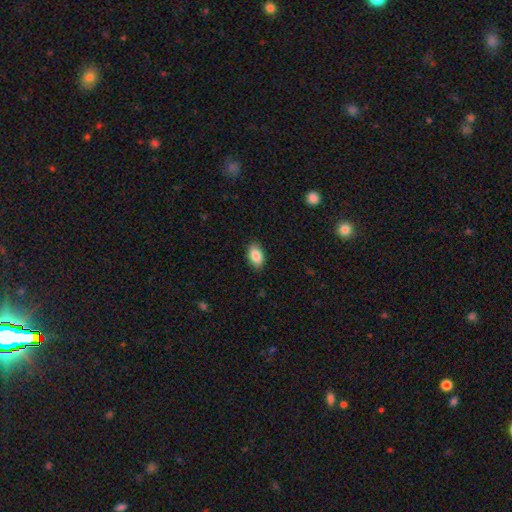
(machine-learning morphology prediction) Overall: smooth (86%). How rounded: in between (92%). Merging: none (88%).